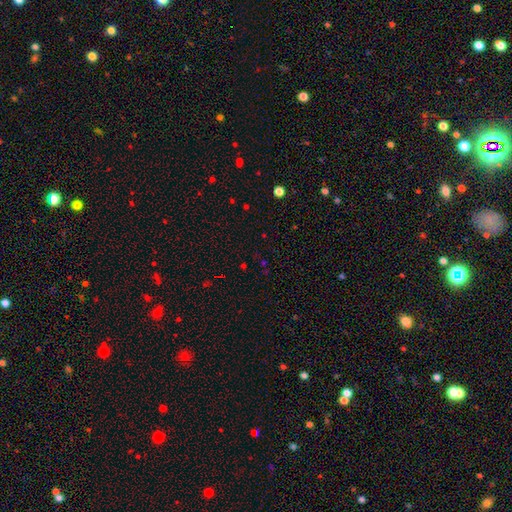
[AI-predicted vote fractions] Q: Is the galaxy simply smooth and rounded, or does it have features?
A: star or artifact — 59%.